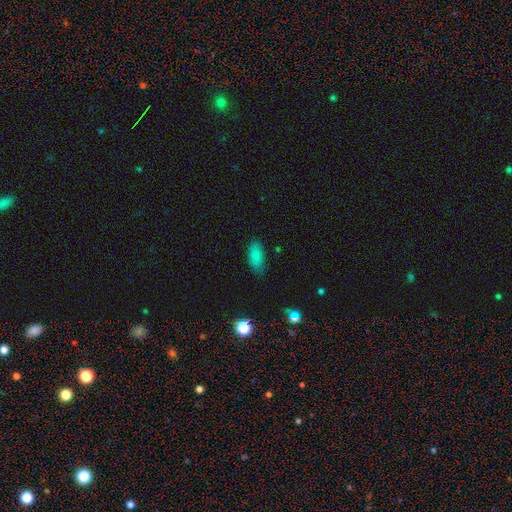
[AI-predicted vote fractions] smooth-or-featured: smooth: 83% | star or artifact: 9% | featured or disk: 8%
  how-rounded: in between: 87% | cigar-shaped: 10% | round: 3%
  merging: none: 76% | minor disturbance: 19% | major disturbance: 4% | merger: 1%